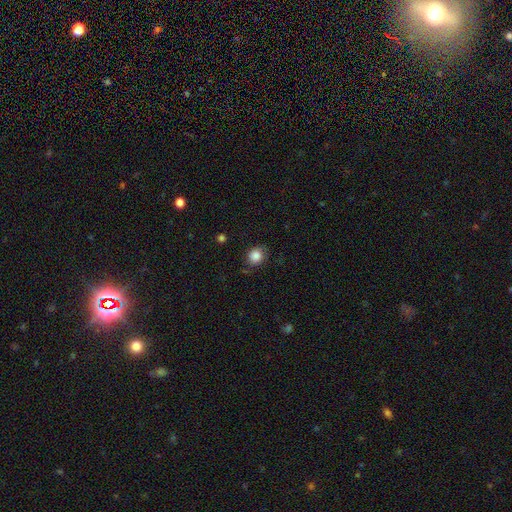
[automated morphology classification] Smooth or featured?
  - smooth: 84% *
  - star or artifact: 10%
  - featured or disk: 6%
How rounded?
  - round: 77% *
  - in between: 22%
  - cigar-shaped: 1%
Merging?
  - none: 76% *
  - minor disturbance: 18%
  - major disturbance: 5%
  - merger: 2%